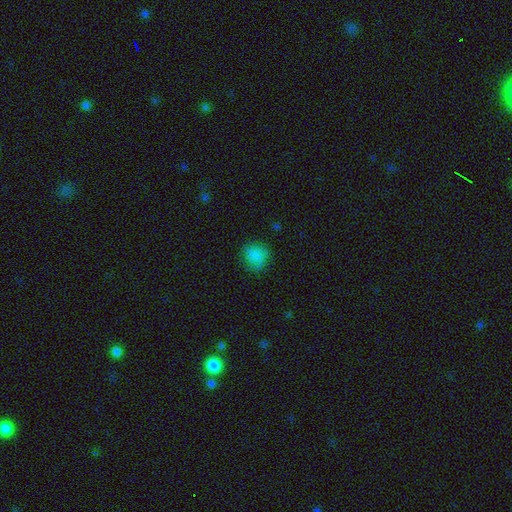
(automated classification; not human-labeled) Overall: smooth (83%). How rounded: round (80%). Merging: none (75%).